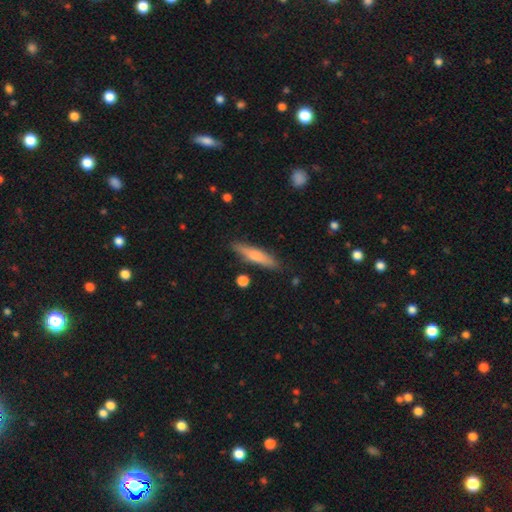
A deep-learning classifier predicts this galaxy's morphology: Smooth or featured?
  - smooth: 62% *
  - featured or disk: 32%
  - star or artifact: 6%
How rounded?
  - cigar-shaped: 84% *
  - in between: 14%
  - round: 2%
Merging?
  - none: 85% *
  - minor disturbance: 11%
  - merger: 2%
  - major disturbance: 2%